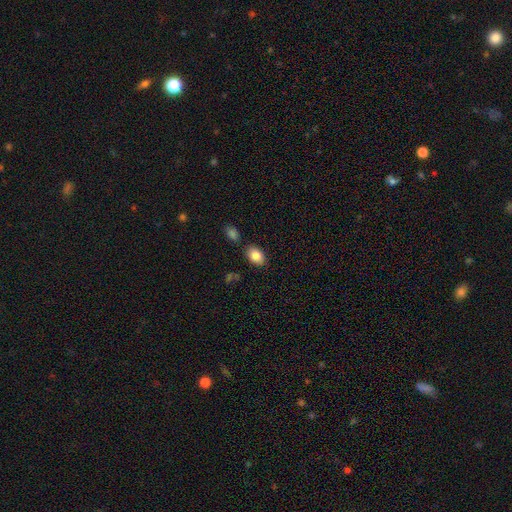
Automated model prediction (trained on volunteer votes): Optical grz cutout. It shows a smooth galaxy with no disk features (84%) that is in between round and cigar-shaped (85%). Merging: none (82%).